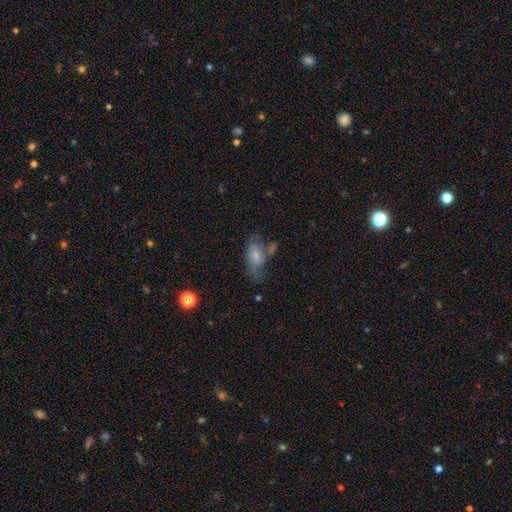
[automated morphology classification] Smooth or featured?
  - smooth: 54% *
  - featured or disk: 37%
  - star or artifact: 9%
How rounded?
  - in between: 88% *
  - round: 7%
  - cigar-shaped: 5%
Merging?
  - none: 35% *
  - minor disturbance: 26%
  - major disturbance: 26%
  - merger: 12%